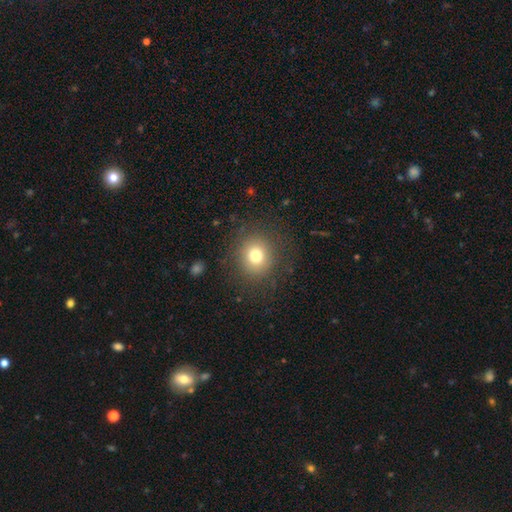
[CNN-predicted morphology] Q: Smooth or featured?
A: smooth (76%); runner-up: star or artifact (14%)
Q: How rounded?
A: round (87%); runner-up: in between (13%)
Q: Merging?
A: none (86%); runner-up: minor disturbance (8%)